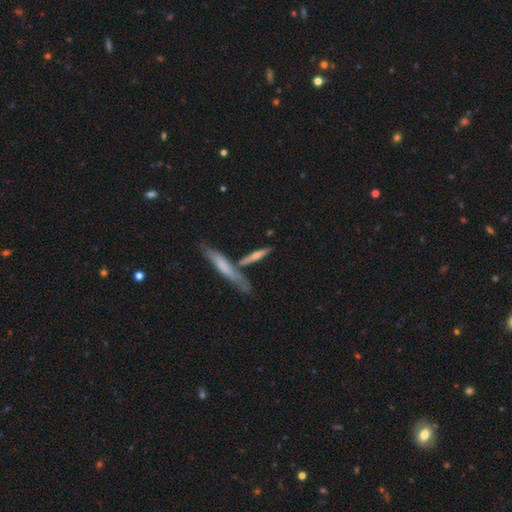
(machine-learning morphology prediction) Q: Smooth or featured?
A: smooth (50%); runner-up: featured or disk (43%)
Q: Merging?
A: none (61%); runner-up: merger (23%)